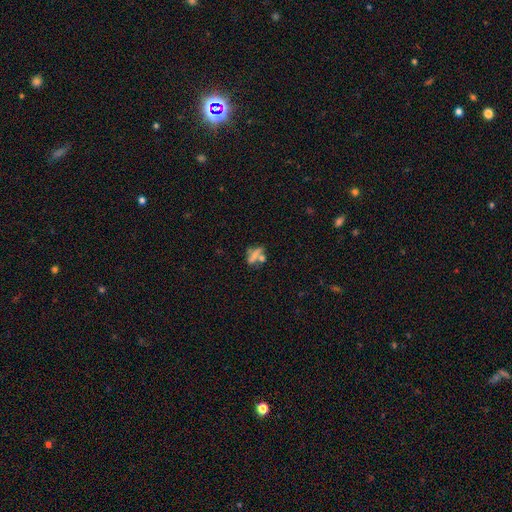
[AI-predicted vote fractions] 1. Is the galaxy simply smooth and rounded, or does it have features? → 51% smooth, 31% featured or disk, 18% star or artifact.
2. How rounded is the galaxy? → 58% in between, 24% cigar-shaped, 17% round.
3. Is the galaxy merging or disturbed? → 43% none, 33% merger, 14% minor disturbance, 10% major disturbance.